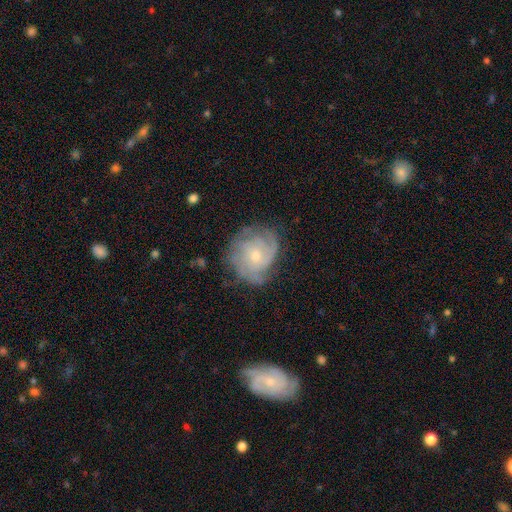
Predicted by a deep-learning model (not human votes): smooth-or-featured: featured or disk: 76% | smooth: 17% | star or artifact: 7%
  disk-edge-on: no: 98% | yes: 2%
    bar: no: 77% | weak: 20% | strong: 3%
    has-spiral-arms: yes: 92% | no: 8%
      spiral-winding: tight: 60% | medium: 30% | loose: 10%
      spiral-arm-count: can't tell: 35% | 3: 26% | 2: 15% | 4: 13% | 1: 6% | more than 4: 6%
    bulge-size: small: 56% | moderate: 40% | large: 2% | none: 2% | dominant: 1%
  merging: none: 67% | minor disturbance: 22% | major disturbance: 9% | merger: 1%